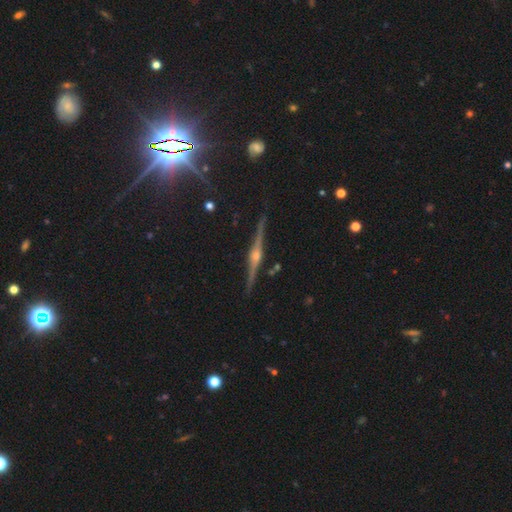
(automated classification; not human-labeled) This is clearly a featured or disk galaxy (85%). It is clearly viewed edge-on (98%). Edge-on bulge: clearly rounded (89%). Merging: clearly none (90%).